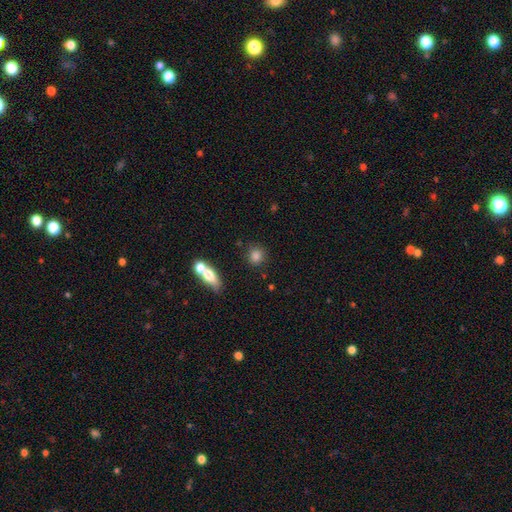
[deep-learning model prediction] Smooth or featured? smooth (83%)
How rounded? round (74%)
Merging? none (74%)